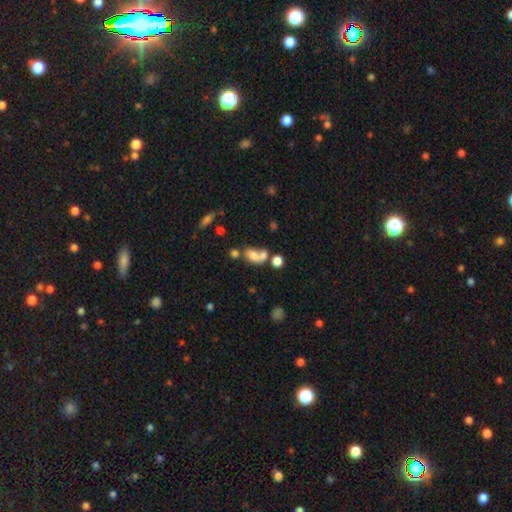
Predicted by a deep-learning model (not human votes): Smooth or featured? Predicted: smooth (p=0.65). How rounded? Predicted: in between (p=0.73). Merging? Predicted: merger (p=0.53).